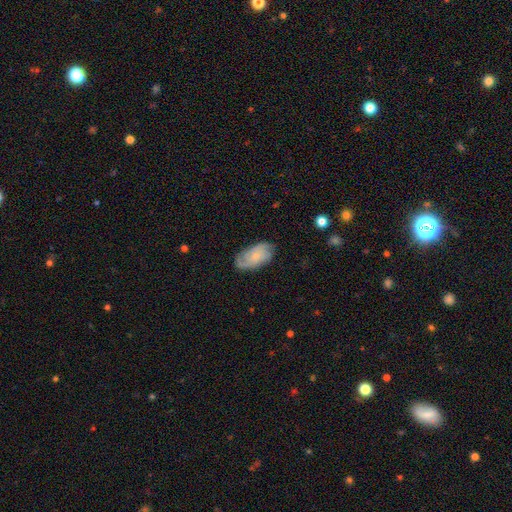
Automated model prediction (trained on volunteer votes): Smooth or featured: featured or disk — 48% (smooth — 45%)
Merging: none — 74% (minor disturbance — 20%)